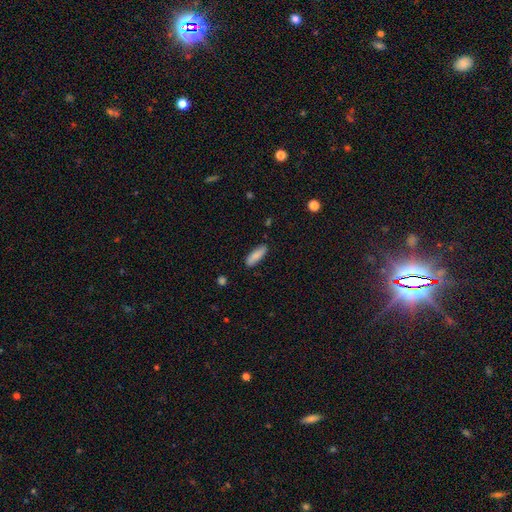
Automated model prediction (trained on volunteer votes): The model was most divided on "how rounded": in between: 56%, cigar-shaped: 42%, round: 2%. More confident: smooth or featured — smooth (86%); merging — none (86%).